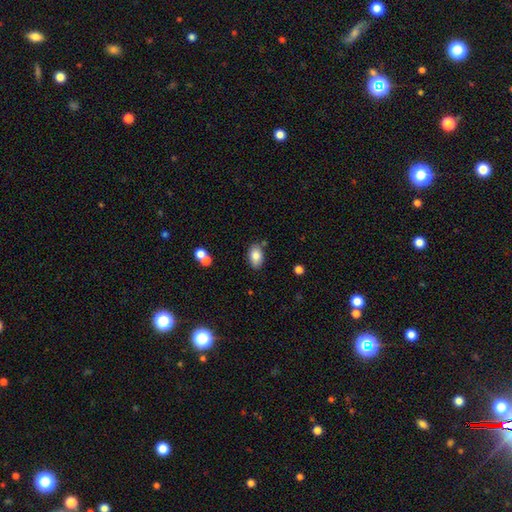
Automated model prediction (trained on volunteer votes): A smooth galaxy with no disk features (83%) that is in between round and cigar-shaped (90%). Merging: none (77%).